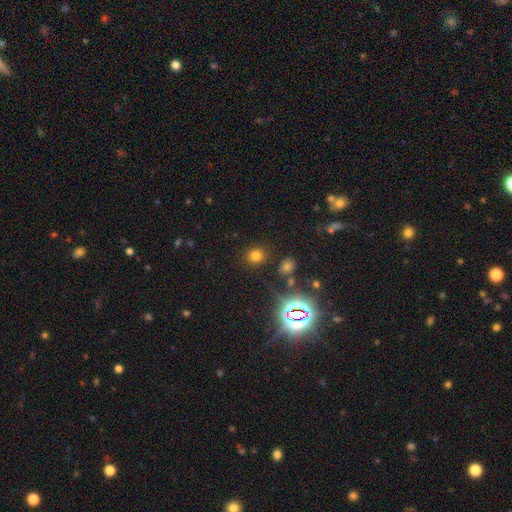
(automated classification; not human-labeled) Smooth or featured: smooth — 71% (star or artifact — 23%)
How rounded: round — 79% (in between — 20%)
Merging: none — 86% (minor disturbance — 7%)